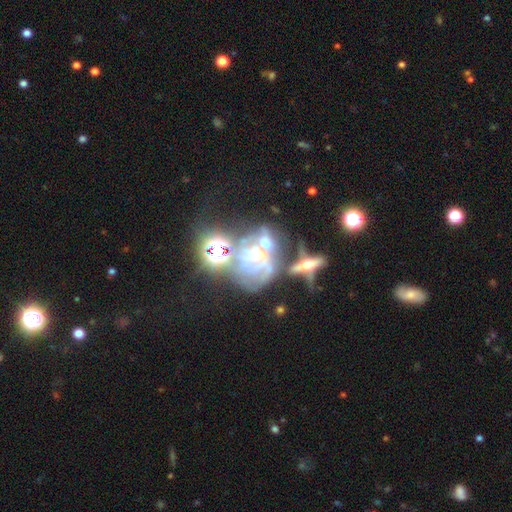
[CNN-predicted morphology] Smooth or featured? featured or disk (52%)
Edge-on disk? no (91%)
Merging? merger (40%)